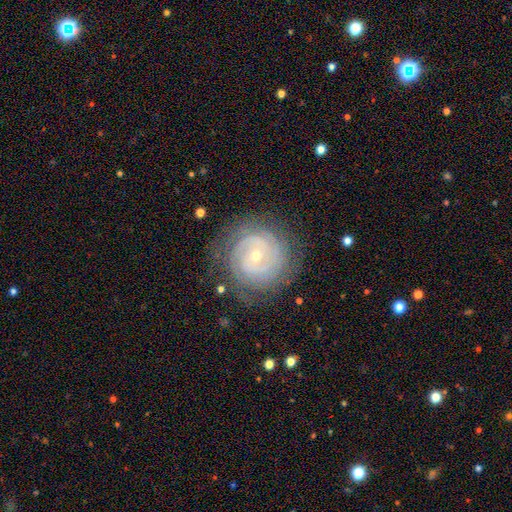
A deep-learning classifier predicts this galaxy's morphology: Smooth or featured? featured or disk (84%)
Edge-on disk? no (98%)
Bar? no (68%)
Spiral arms? yes (95%)
Spiral winding? tight (83%)
Spiral arm count? 2 (33%)
Bulge size? small (69%)
Merging? none (80%)